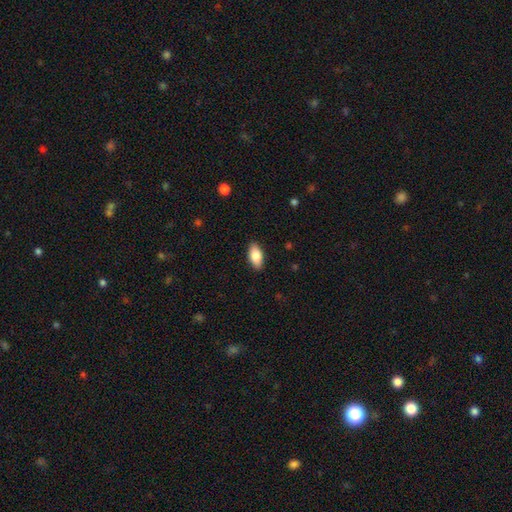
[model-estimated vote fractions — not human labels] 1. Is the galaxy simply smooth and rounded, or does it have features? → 83% smooth, 11% featured or disk, 6% star or artifact.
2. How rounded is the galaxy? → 90% in between, 7% cigar-shaped, 3% round.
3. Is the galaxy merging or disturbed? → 89% none, 8% minor disturbance, 2% major disturbance, 1% merger.